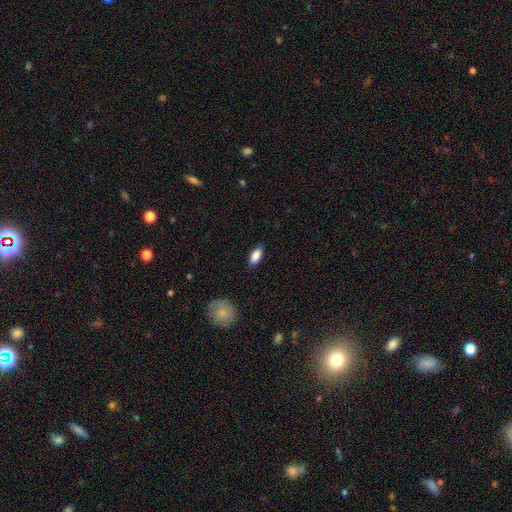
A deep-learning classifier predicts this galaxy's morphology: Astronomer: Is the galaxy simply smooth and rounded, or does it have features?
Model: smooth — 87%.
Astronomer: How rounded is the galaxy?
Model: in between — 87%.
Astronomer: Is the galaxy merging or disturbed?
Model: none — 87%.